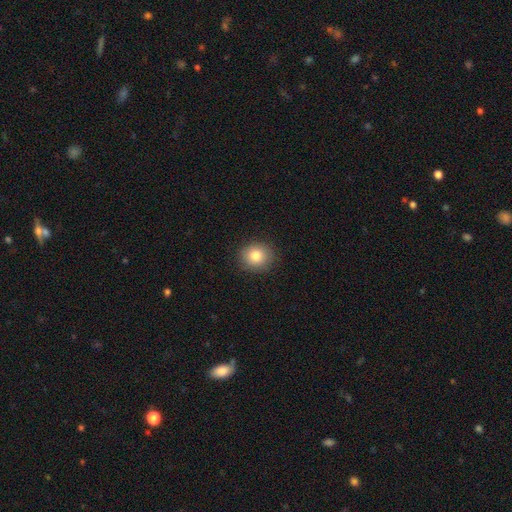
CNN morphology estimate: Smooth or featured: smooth — 82% (star or artifact — 10%)
How rounded: round — 81% (in between — 18%)
Merging: none — 89% (minor disturbance — 7%)